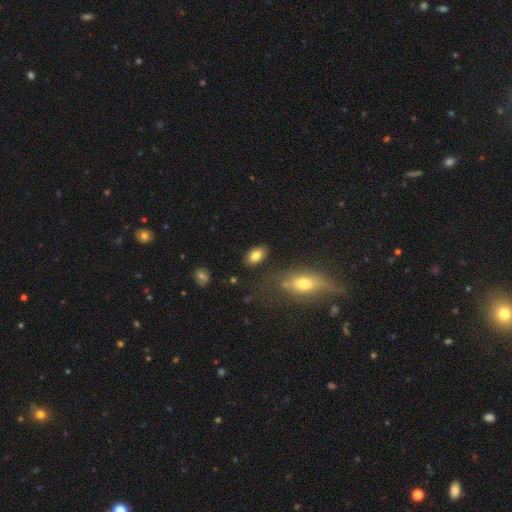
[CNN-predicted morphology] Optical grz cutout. It shows a smooth galaxy with no disk features (82%) that is in between round and cigar-shaped (90%). Merging: none (82%).